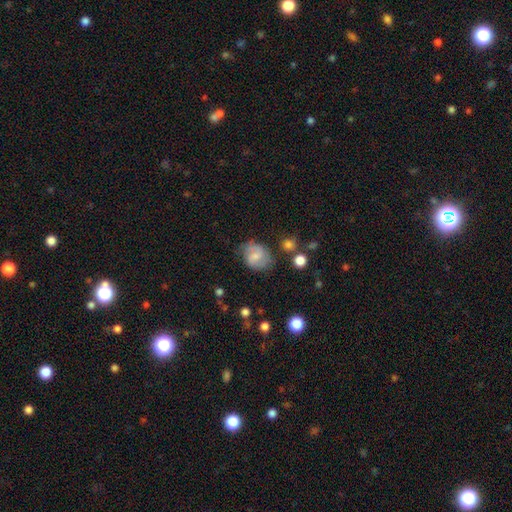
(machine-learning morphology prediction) smooth-or-featured: smooth: 52% | featured or disk: 39% | star or artifact: 8%
  how-rounded: round: 53% | in between: 46% | cigar-shaped: 1%
  merging: none: 63% | minor disturbance: 23% | major disturbance: 9% | merger: 4%